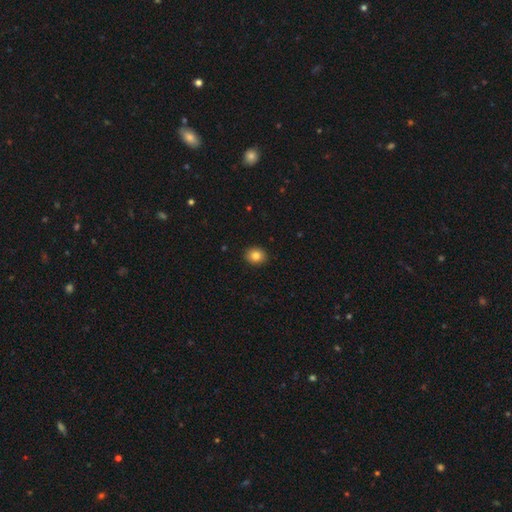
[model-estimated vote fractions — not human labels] smooth-or-featured: smooth: 84% | star or artifact: 10% | featured or disk: 7%
  how-rounded: round: 60% | in between: 39% | cigar-shaped: 1%
  merging: none: 91% | minor disturbance: 6% | major disturbance: 2% | merger: 1%